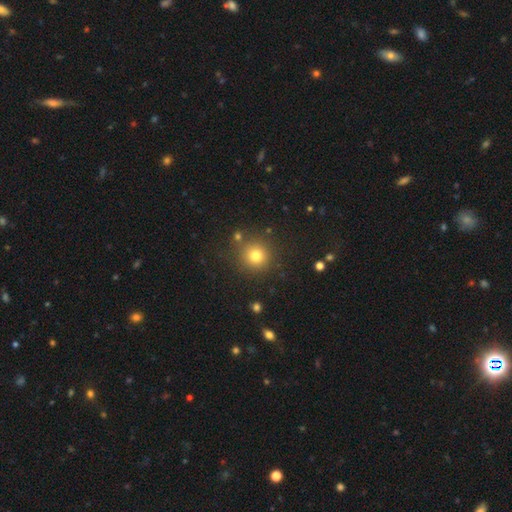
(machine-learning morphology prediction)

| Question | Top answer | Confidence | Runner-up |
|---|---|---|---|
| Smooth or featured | smooth | 77% | star or artifact (15%) |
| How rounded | round | 93% | in between (6%) |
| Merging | none | 85% | minor disturbance (8%) |